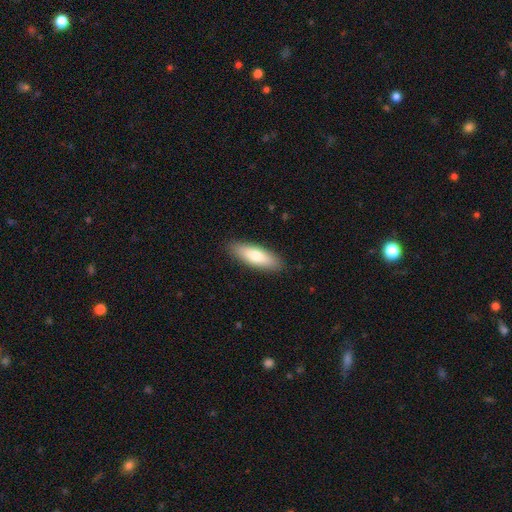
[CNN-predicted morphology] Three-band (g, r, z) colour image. It shows a smooth galaxy with no disk features (73%) that is in between round and cigar-shaped (54%). Merging: none (88%).